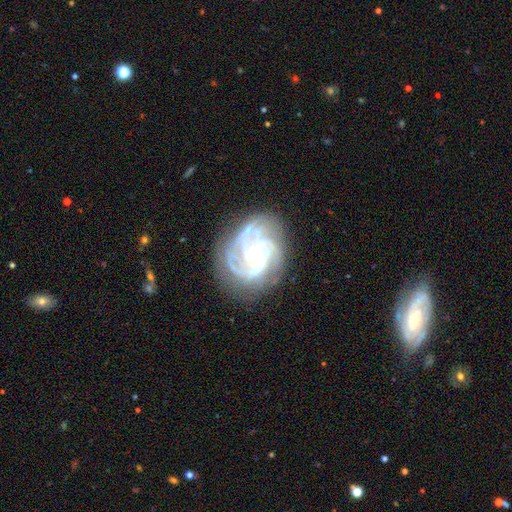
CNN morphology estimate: A featured or disk galaxy (87%) with no bar (66%), 4 (29%) tight (60%) spiral arms (96%) and a small central bulge (63%). Merging: none (71%).